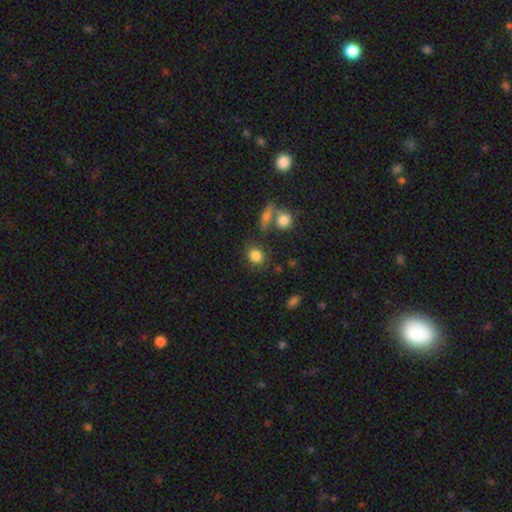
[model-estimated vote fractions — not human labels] The model was most divided on "how rounded": round: 64%, in between: 34%, cigar-shaped: 2%. More confident: smooth or featured — smooth (83%); merging — none (74%).